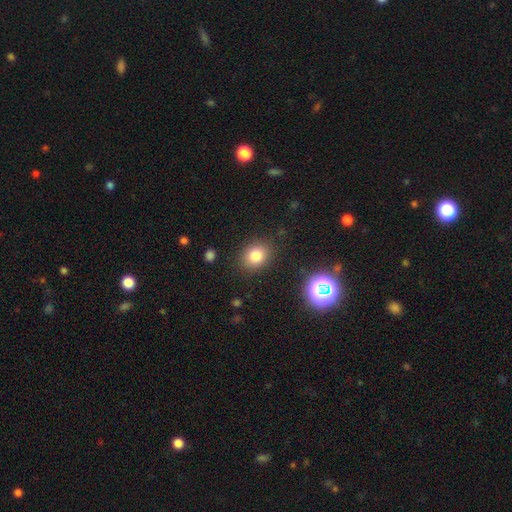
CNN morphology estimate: Overall: smooth (80%). How rounded: round (56%; in between 43%). Merging: none (86%).